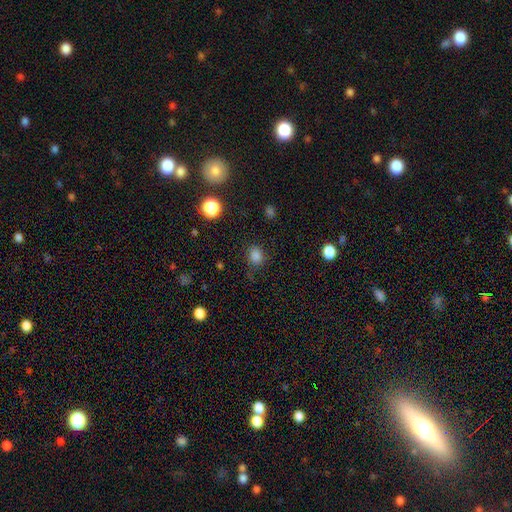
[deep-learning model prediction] Smooth or featured? smooth (82%)
How rounded? round (65%)
Merging? none (77%)